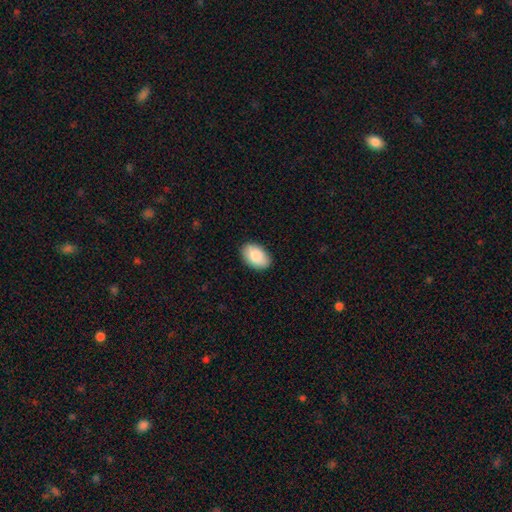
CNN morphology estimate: The model was most divided on "merging": none: 87%, minor disturbance: 10%, major disturbance: 2%, merger: 1%. More confident: how rounded — in between (92%); smooth or featured — smooth (89%).